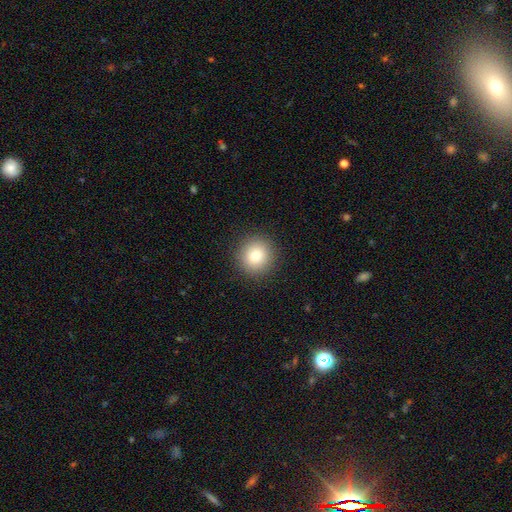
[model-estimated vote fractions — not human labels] Smooth or featured? Predicted: smooth (p=0.84). How rounded? Predicted: round (p=0.89). Merging? Predicted: none (p=0.91).